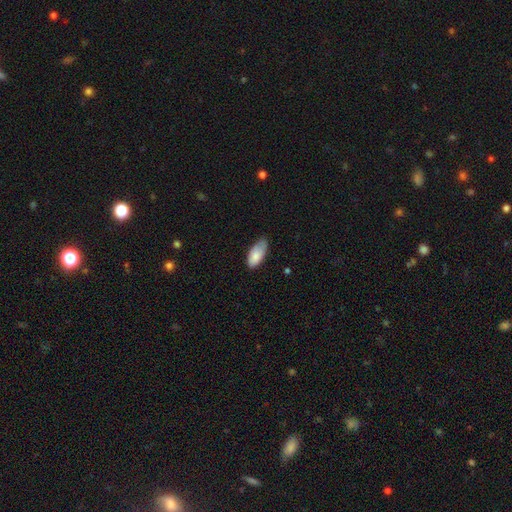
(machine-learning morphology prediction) Q: Smooth or featured?
A: smooth (83%); runner-up: featured or disk (11%)
Q: How rounded?
A: in between (90%); runner-up: cigar-shaped (8%)
Q: Merging?
A: none (55%); runner-up: minor disturbance (37%)